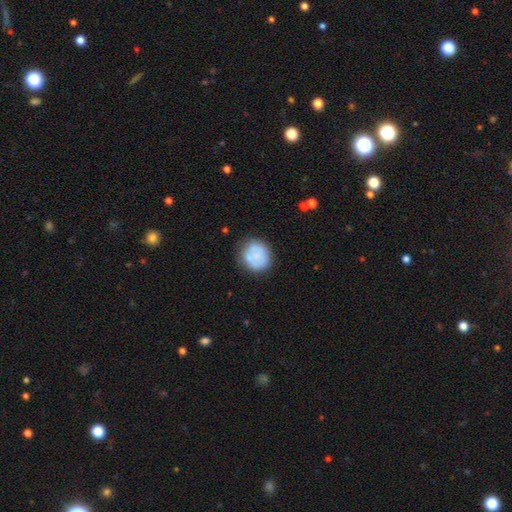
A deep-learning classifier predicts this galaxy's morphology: This is likely a smooth galaxy (68%). How rounded: clearly round (84%). Merging: likely none (66%).